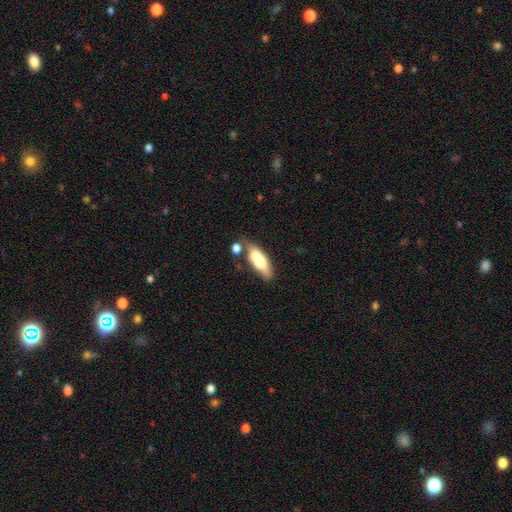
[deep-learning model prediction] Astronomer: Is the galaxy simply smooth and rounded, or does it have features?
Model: smooth — 58% (runner-up: featured or disk, 35%).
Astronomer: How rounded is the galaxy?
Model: in between — 62%.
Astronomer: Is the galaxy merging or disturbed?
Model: none — 48% (runner-up: merger, 27%).